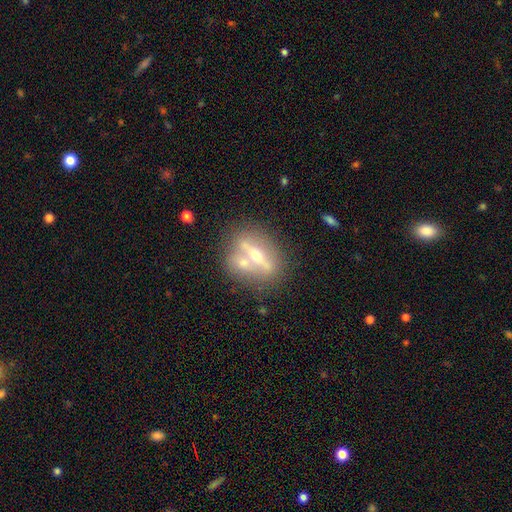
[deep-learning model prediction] The model was most divided on "edge-on disk": yes: 60%, no: 40%. More confident: smooth or featured — featured or disk (67%); merging — none (57%).